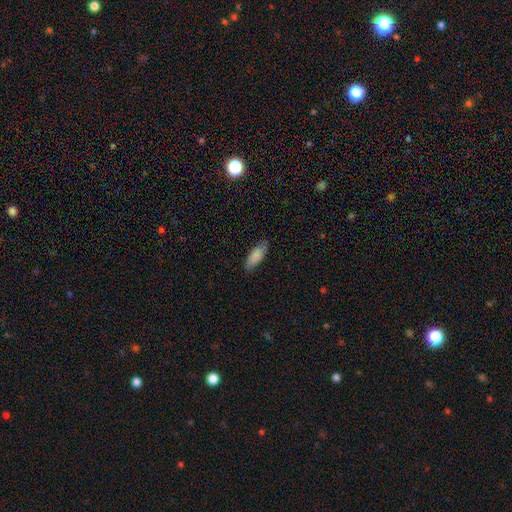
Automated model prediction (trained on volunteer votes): Smooth or featured? smooth (84%)
How rounded? in between (76%)
Merging? none (80%)